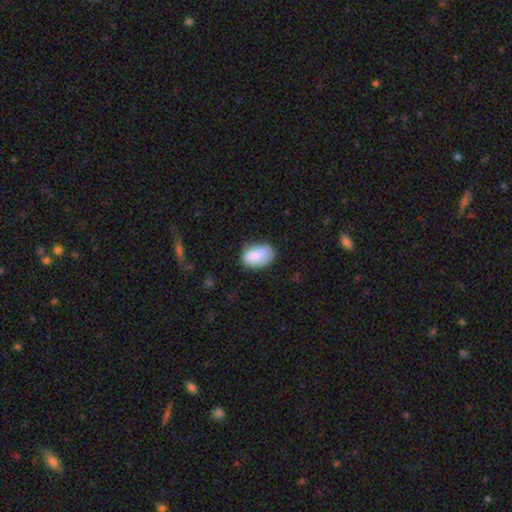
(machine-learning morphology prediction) A smooth galaxy with no disk features (79%) that is in between round and cigar-shaped (86%).

Vote fractions:
- Smooth or featured? smooth: 79% / featured or disk: 14% / star or artifact: 7%
- How rounded? in between: 86% / round: 12% / cigar-shaped: 1%
- Merging? none: 61% / minor disturbance: 28% / major disturbance: 8% / merger: 3%